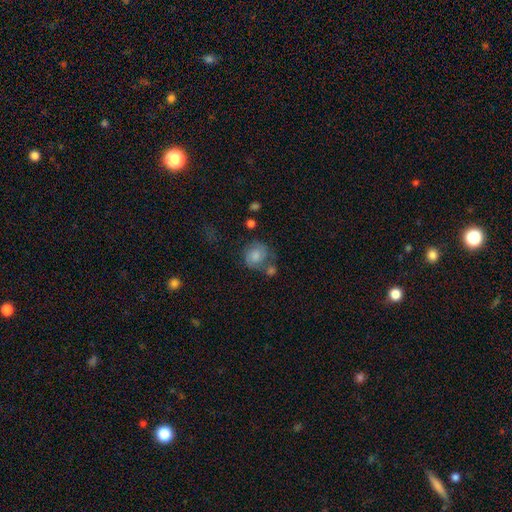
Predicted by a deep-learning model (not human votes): A smooth galaxy with no disk features (62%) that is round (75%).

Vote fractions:
- Smooth or featured? smooth: 62% / featured or disk: 29% / star or artifact: 9%
- How rounded? round: 75% / in between: 24% / cigar-shaped: 1%
- Merging? none: 47% / minor disturbance: 22% / merger: 18% / major disturbance: 13%